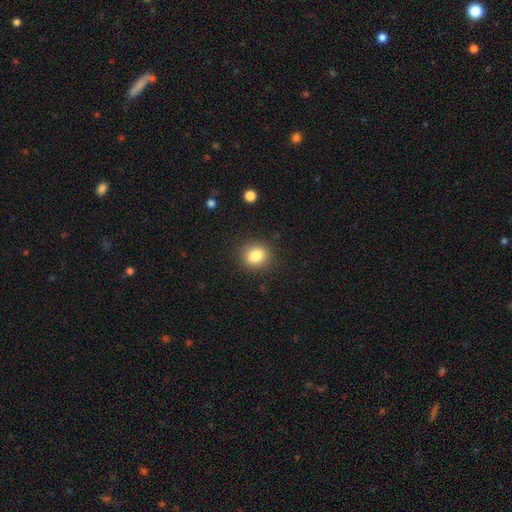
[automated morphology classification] Overall: smooth (84%). How rounded: round (61%; in between 38%). Merging: none (87%).